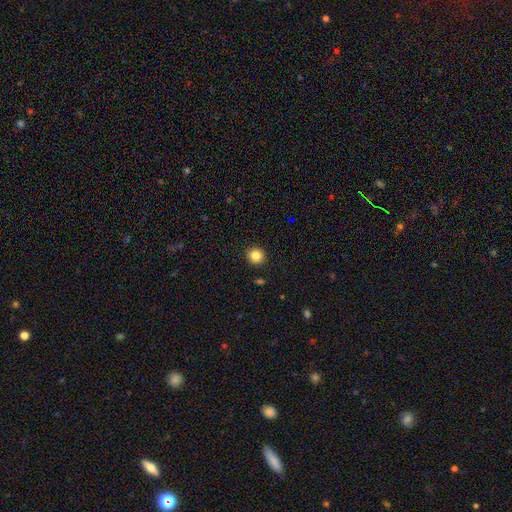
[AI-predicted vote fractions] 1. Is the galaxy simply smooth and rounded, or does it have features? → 84% smooth, 11% star or artifact, 5% featured or disk.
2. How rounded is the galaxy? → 91% round, 8% in between, 1% cigar-shaped.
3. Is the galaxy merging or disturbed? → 92% none, 5% minor disturbance, 2% major disturbance, 1% merger.